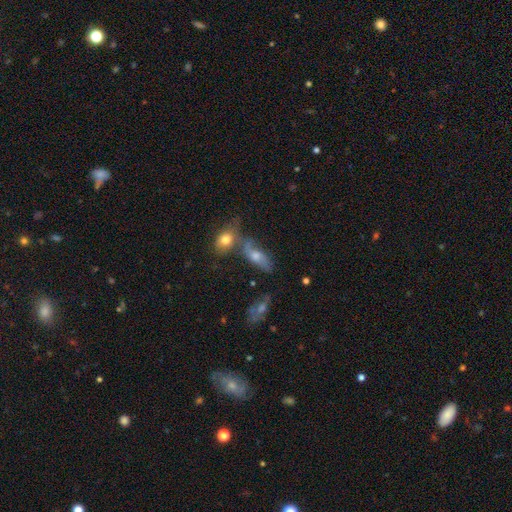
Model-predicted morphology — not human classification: Overall: smooth (57%; featured or disk 32%). How rounded: in between (72%). Merging: none (44%; merger 30%).